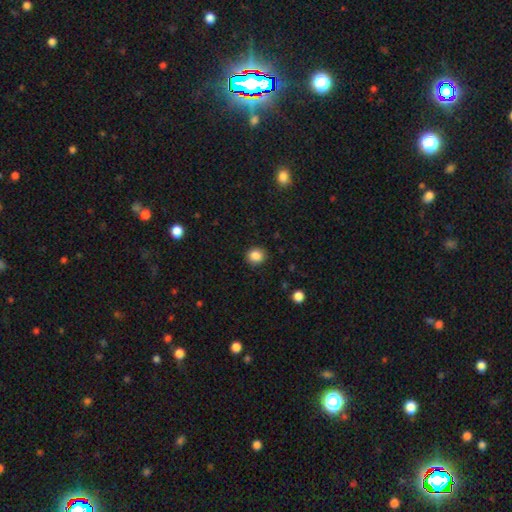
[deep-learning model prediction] smooth_or_featured: smooth (p=0.86) [alt: star or artifact p=0.10]
how_rounded: round (p=0.83) [alt: in between p=0.16]
merging: none (p=0.90) [alt: minor disturbance p=0.07]